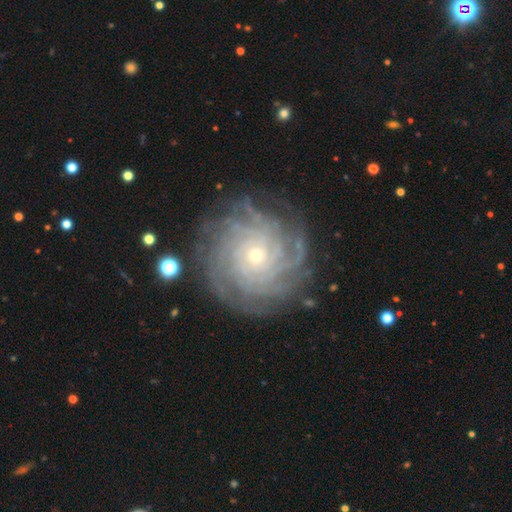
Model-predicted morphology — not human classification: featured or disk 88%, star or artifact 6%, smooth 6%. Down the decision tree: edge-on disk — no (98%); bar — no (78%); spiral arms — yes (98%); spiral arm count — more than 4 (36%); spiral winding — tight (83%); bulge size — small (71%); merging — none (84%).